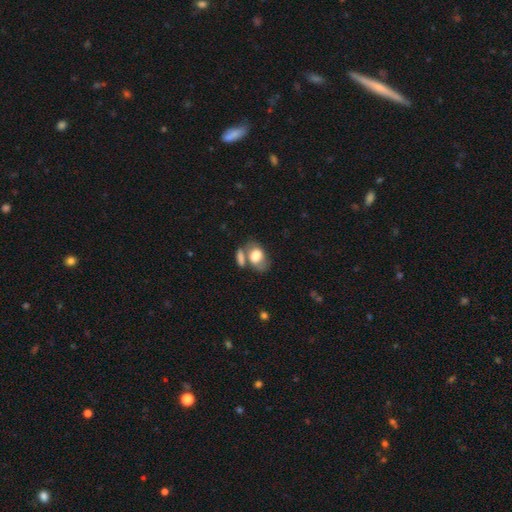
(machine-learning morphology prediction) Smooth or featured? smooth (74%)
How rounded? in between (81%)
Merging? none (37%)